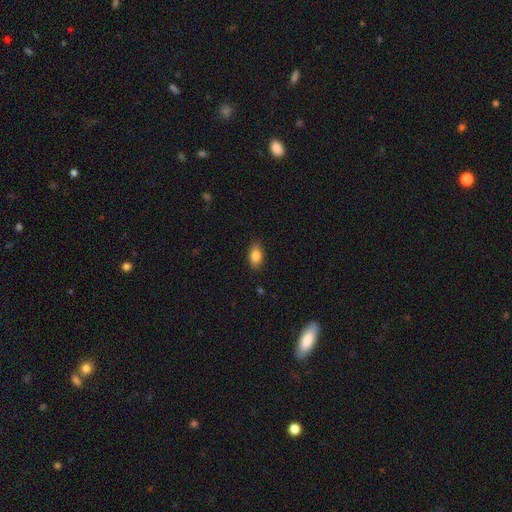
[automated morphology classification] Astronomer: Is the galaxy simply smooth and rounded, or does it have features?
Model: smooth — 84%.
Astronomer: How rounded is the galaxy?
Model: in between — 87%.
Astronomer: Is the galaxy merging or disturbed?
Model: none — 85%.